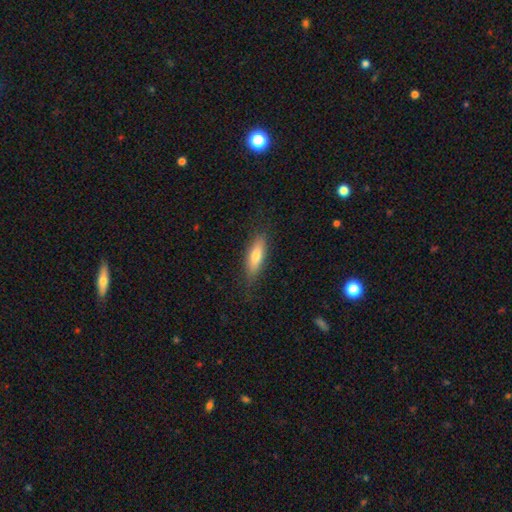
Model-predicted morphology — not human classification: type=smooth (71%); roundness=in between (55%); merging=none (81%).